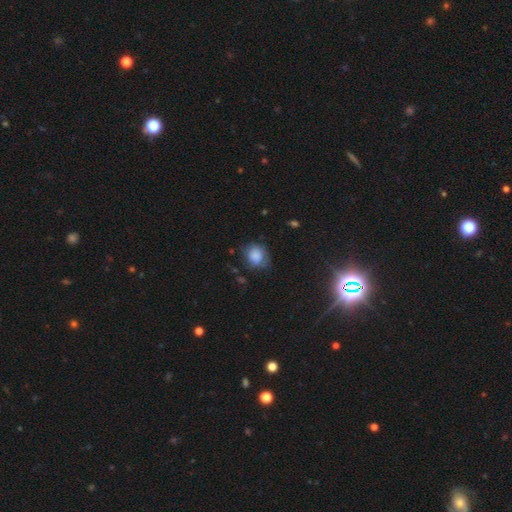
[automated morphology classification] smooth-or-featured: smooth: 77% | featured or disk: 13% | star or artifact: 9%
  how-rounded: round: 66% | in between: 33% | cigar-shaped: 1%
  merging: none: 58% | minor disturbance: 29% | major disturbance: 11% | merger: 2%